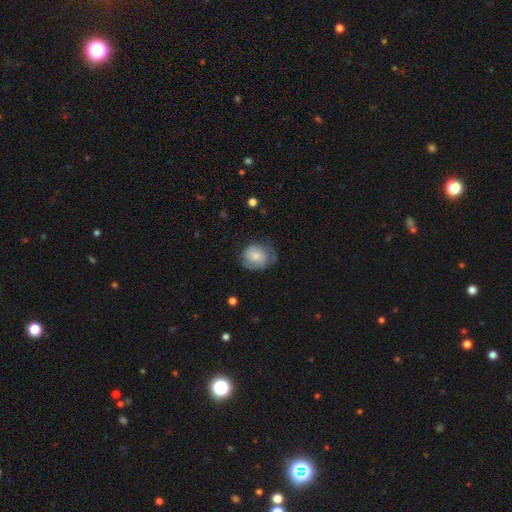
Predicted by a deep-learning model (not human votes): Q: Smooth or featured?
A: smooth (60%); runner-up: featured or disk (33%)
Q: How rounded?
A: round (65%); runner-up: in between (34%)
Q: Merging?
A: none (53%); runner-up: minor disturbance (30%)